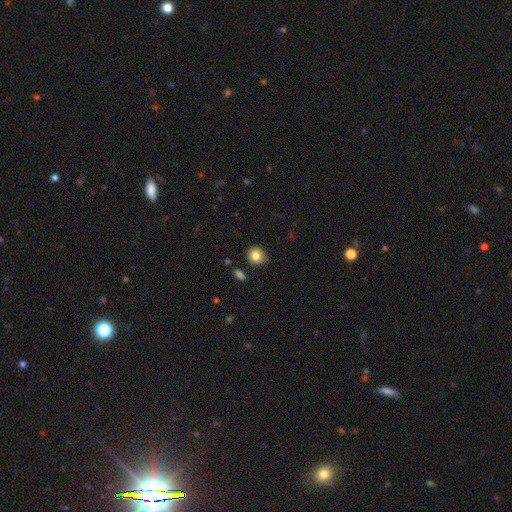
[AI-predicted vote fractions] Morphology: type=smooth (82%); roundness=round (74%); merging=none (80%).